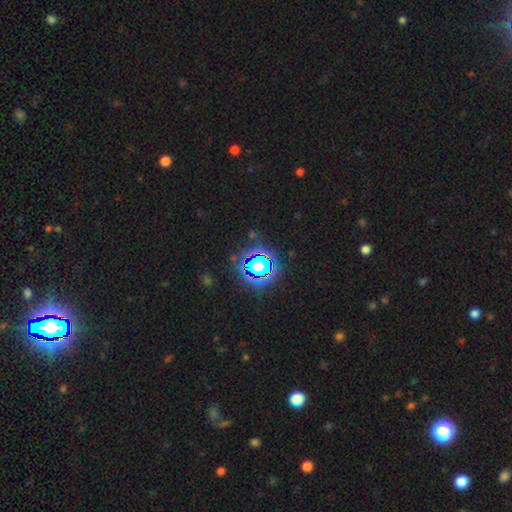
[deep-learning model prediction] A star or artifact, not a galaxy (83%).

Vote fractions:
- Smooth or featured? star or artifact: 83% / smooth: 11% / featured or disk: 7%